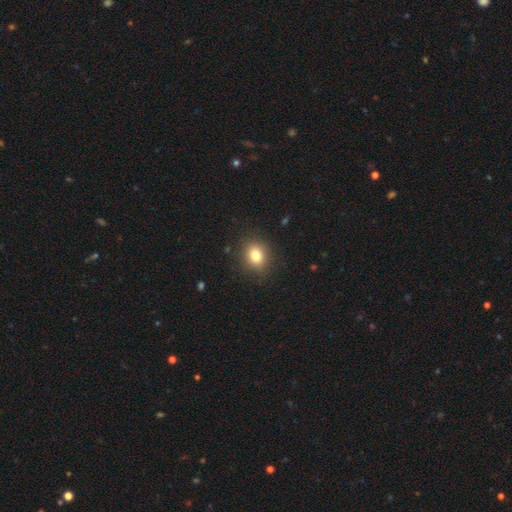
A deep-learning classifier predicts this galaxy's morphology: Overall: smooth (81%). How rounded: round (62%; in between 37%). Merging: none (88%).